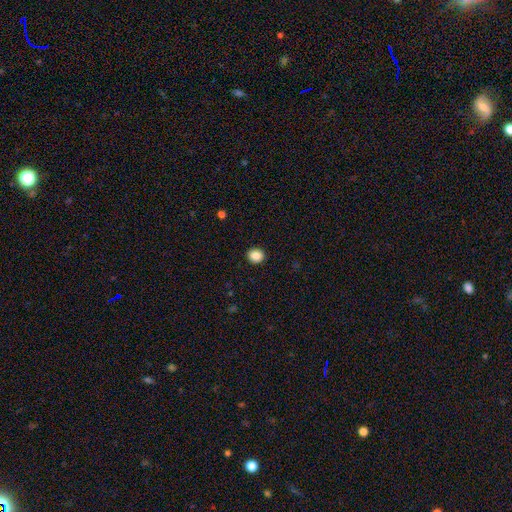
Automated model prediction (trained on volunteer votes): This is clearly a smooth galaxy (87%). How rounded: clearly round (80%). Merging: clearly none (92%).